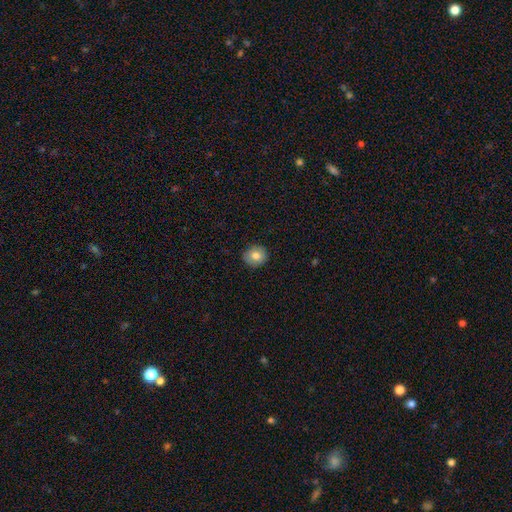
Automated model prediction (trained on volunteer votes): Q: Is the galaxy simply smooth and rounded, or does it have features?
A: smooth — 81%.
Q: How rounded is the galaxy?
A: round — 82%.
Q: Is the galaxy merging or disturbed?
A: none — 89%.